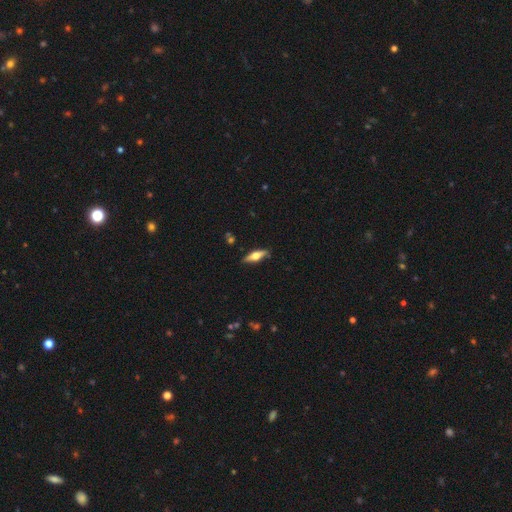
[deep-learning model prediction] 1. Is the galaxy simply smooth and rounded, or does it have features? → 55% featured or disk, 39% smooth, 6% star or artifact.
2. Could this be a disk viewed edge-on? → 92% yes, 8% no.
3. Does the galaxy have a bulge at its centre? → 92% rounded, 6% boxy, 2% none.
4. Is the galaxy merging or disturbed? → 86% none, 11% minor disturbance, 2% major disturbance, 2% merger.